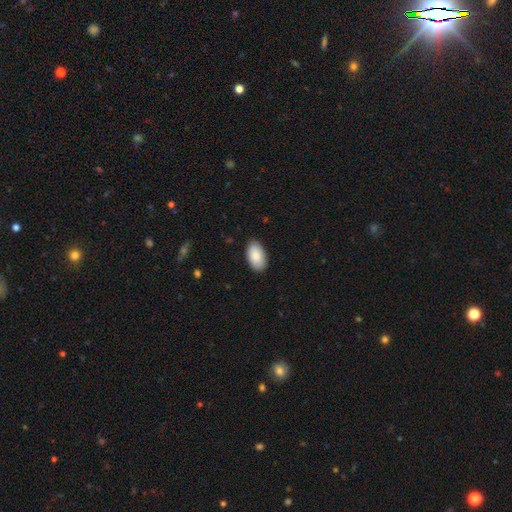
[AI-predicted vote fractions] smooth_or_featured: smooth (p=0.88) [alt: star or artifact p=0.06]
how_rounded: in between (p=0.96) [alt: round p=0.03]
merging: none (p=0.86) [alt: minor disturbance p=0.11]